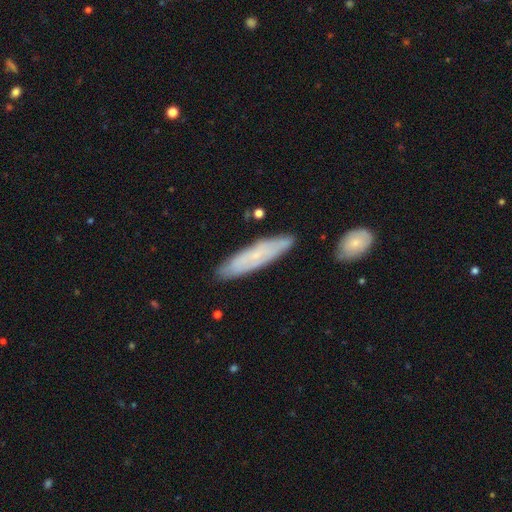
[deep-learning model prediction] Smooth or featured: smooth — 51% (featured or disk — 41%)
How rounded: cigar-shaped — 74% (in between — 24%)
Merging: none — 81% (minor disturbance — 13%)